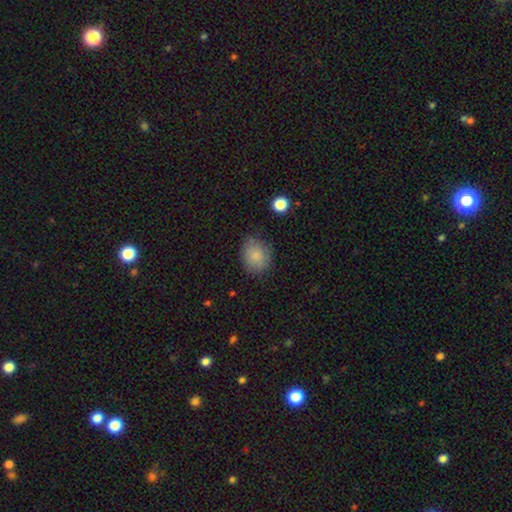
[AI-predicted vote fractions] Smooth or featured? Predicted: smooth (p=0.83). How rounded? Predicted: round (p=0.60). Merging? Predicted: none (p=0.71).